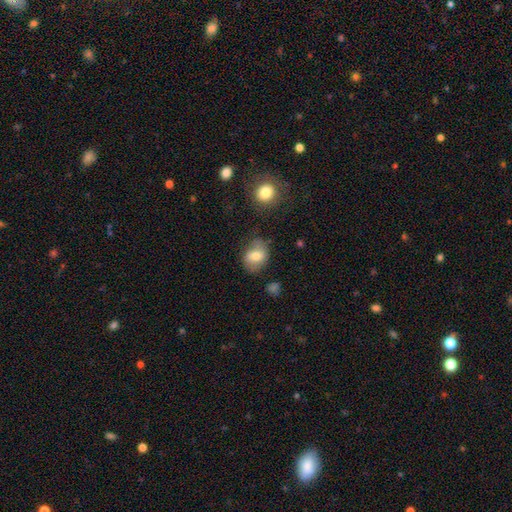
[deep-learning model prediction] smooth_or_featured: smooth (p=0.70) [alt: featured or disk p=0.21]
how_rounded: in between (p=0.55) [alt: round p=0.44]
merging: none (p=0.64) [alt: minor disturbance p=0.24]